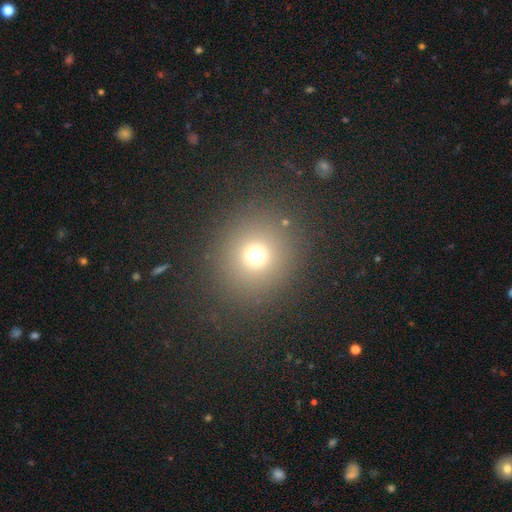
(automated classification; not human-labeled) smooth_or_featured: smooth (p=0.69) [alt: star or artifact p=0.21]
how_rounded: round (p=0.89) [alt: in between p=0.10]
merging: none (p=0.85) [alt: minor disturbance p=0.07]